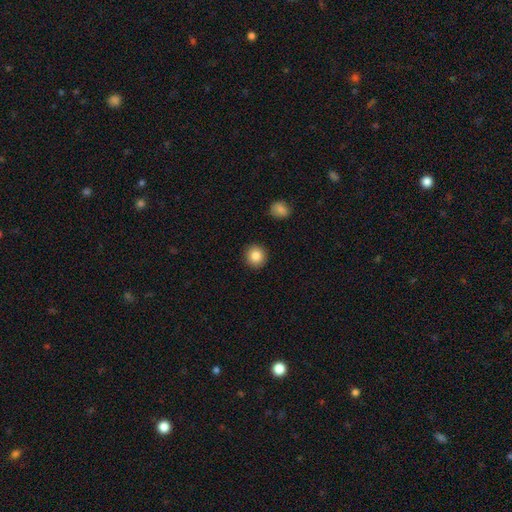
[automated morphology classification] type=smooth (85%); roundness=round (93%); merging=none (92%).